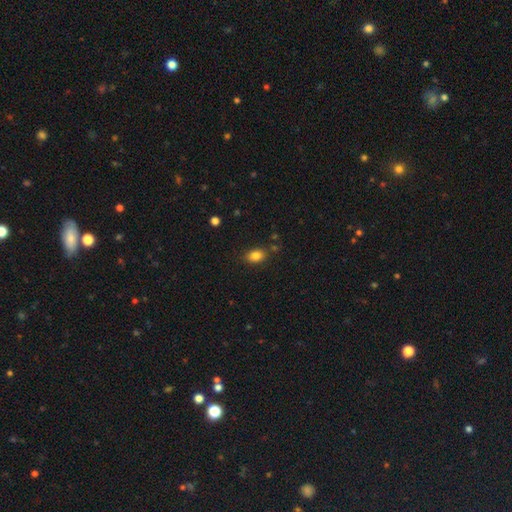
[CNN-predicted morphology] Smooth or featured?
  - smooth: 83% *
  - star or artifact: 10%
  - featured or disk: 7%
How rounded?
  - in between: 80% *
  - round: 19%
  - cigar-shaped: 2%
Merging?
  - none: 81% *
  - minor disturbance: 13%
  - merger: 3%
  - major disturbance: 3%